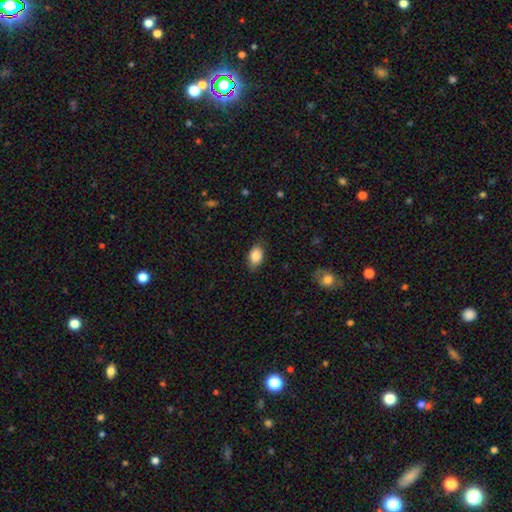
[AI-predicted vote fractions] smooth-or-featured: smooth: 87% | star or artifact: 7% | featured or disk: 6%
  how-rounded: in between: 87% | round: 12% | cigar-shaped: 1%
  merging: none: 81% | minor disturbance: 15% | major disturbance: 3% | merger: 1%